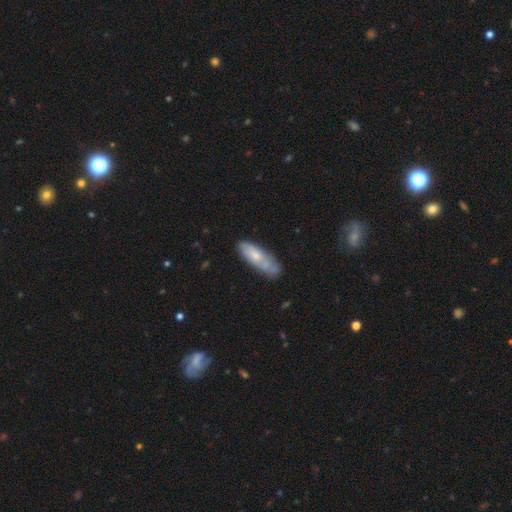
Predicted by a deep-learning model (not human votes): This is possibly a smooth galaxy (59%). How rounded: possibly in between (50%). Merging: likely none (61%).